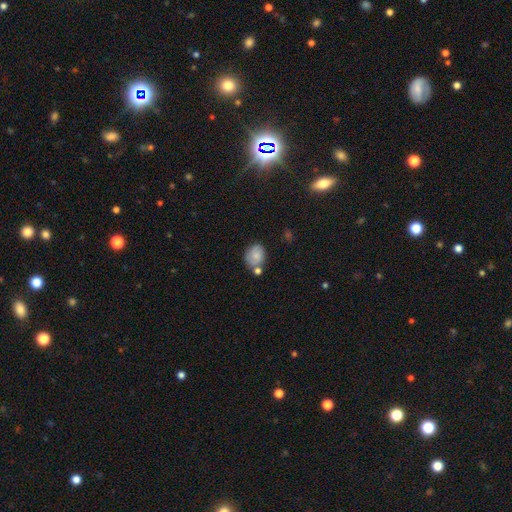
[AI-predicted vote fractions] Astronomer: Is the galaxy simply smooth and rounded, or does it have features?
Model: smooth — 76%.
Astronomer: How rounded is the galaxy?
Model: in between — 51% (runner-up: round, 48%).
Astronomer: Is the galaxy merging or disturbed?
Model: none — 55%.